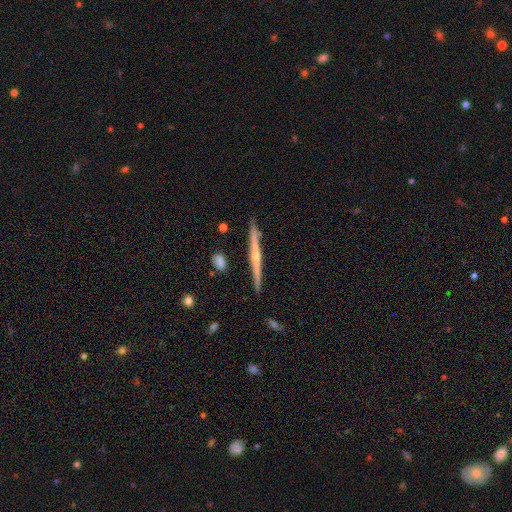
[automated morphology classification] Overall: featured or disk (76%). Edge-on disk: yes (98%). Edge-on bulge: rounded (78%). Merging: none (89%).